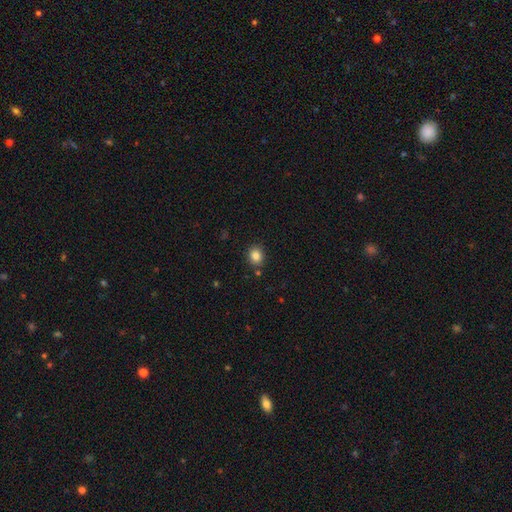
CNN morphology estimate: Smooth or featured? Predicted: smooth (p=0.84). How rounded? Predicted: round (p=0.71). Merging? Predicted: none (p=0.85).